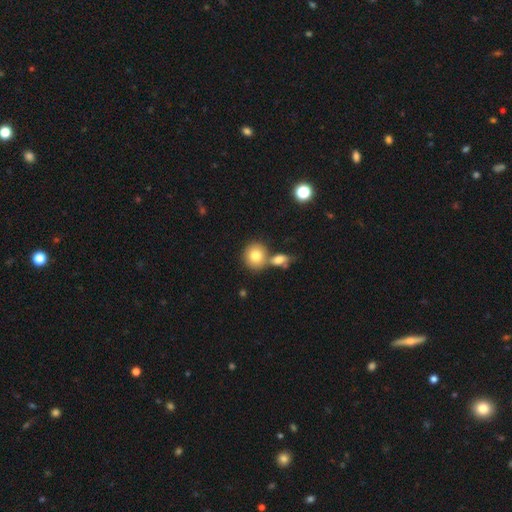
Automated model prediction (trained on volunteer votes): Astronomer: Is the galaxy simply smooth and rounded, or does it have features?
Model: smooth — 79%.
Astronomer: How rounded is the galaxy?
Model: round — 81%.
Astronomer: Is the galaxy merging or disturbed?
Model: none — 54% (runner-up: merger, 34%).